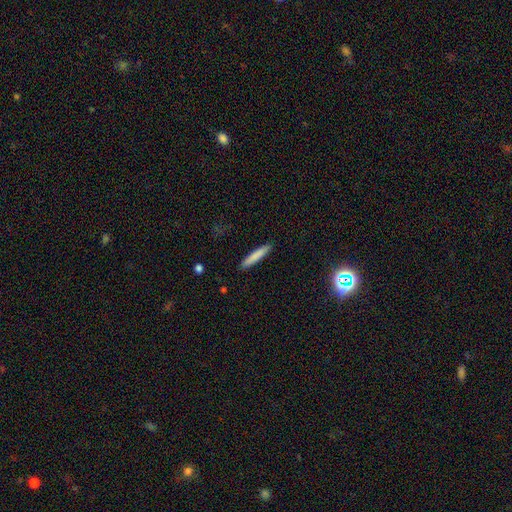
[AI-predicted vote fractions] Smooth or featured?
  - smooth: 82% *
  - featured or disk: 12%
  - star or artifact: 6%
How rounded?
  - cigar-shaped: 91% *
  - in between: 8%
  - round: 1%
Merging?
  - none: 91% *
  - minor disturbance: 7%
  - major disturbance: 2%
  - merger: 1%